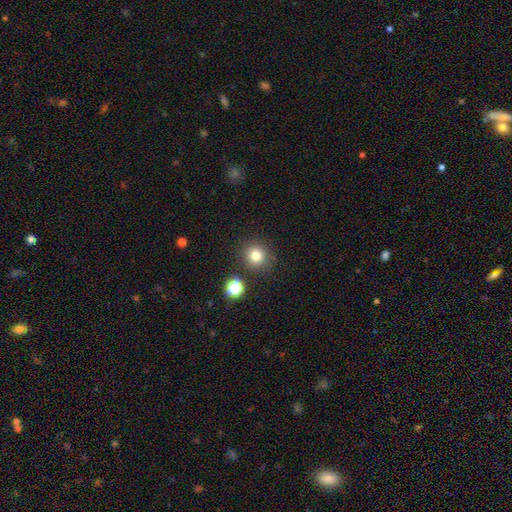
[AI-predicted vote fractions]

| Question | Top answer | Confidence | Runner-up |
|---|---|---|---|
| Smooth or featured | smooth | 79% | star or artifact (14%) |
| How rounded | round | 91% | in between (8%) |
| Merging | none | 86% | minor disturbance (7%) |